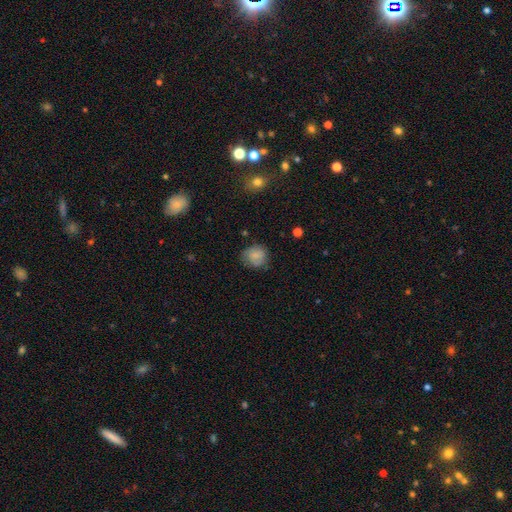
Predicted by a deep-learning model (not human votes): Overall: smooth (77%). How rounded: round (80%). Merging: none (67%).